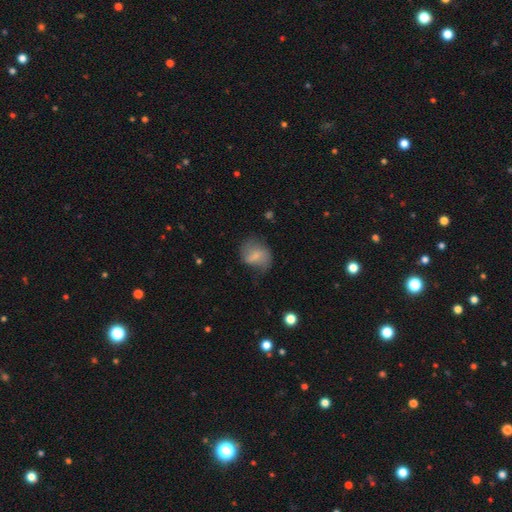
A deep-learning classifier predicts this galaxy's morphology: Q: Smooth or featured?
A: smooth (56%); runner-up: featured or disk (35%)
Q: How rounded?
A: in between (55%); runner-up: round (43%)
Q: Merging?
A: none (49%); runner-up: minor disturbance (31%)